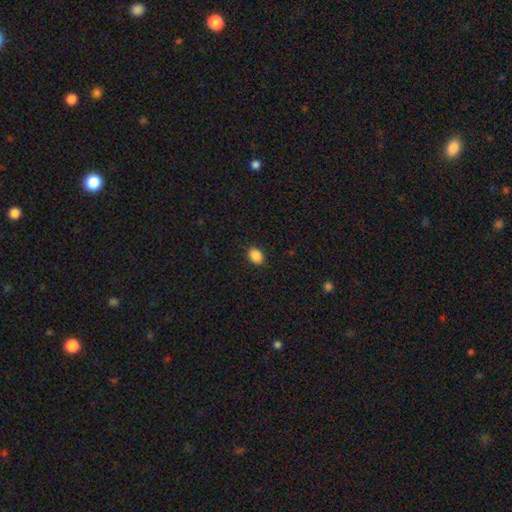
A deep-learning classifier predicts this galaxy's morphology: type=smooth (89%); roundness=in between (68%); merging=none (90%).